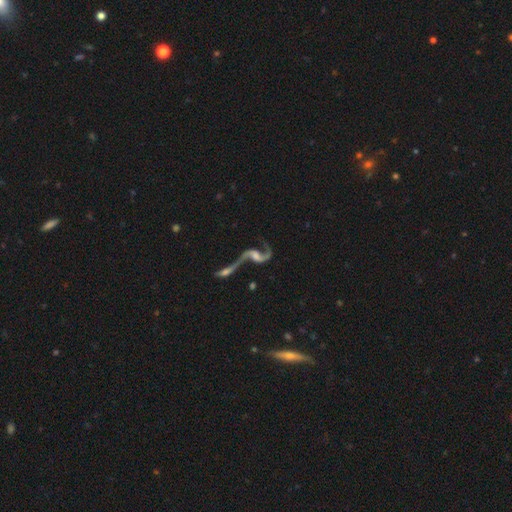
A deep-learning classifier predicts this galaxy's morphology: smooth_or_featured: featured or disk (p=0.87) [alt: smooth p=0.07]
disk_edge_on: no (p=0.95) [alt: yes p=0.05]
bar: no (p=0.43) [alt: weak p=0.41]
has_spiral_arms: yes (p=0.94) [alt: no p=0.06]
spiral_winding: loose (p=0.81) [alt: medium p=0.15]
spiral_arm_count: 2 (p=0.89) [alt: 1 p=0.06]
bulge_size: moderate (p=0.31) [alt: none p=0.28]
merging: merger (p=0.51) [alt: none p=0.27]